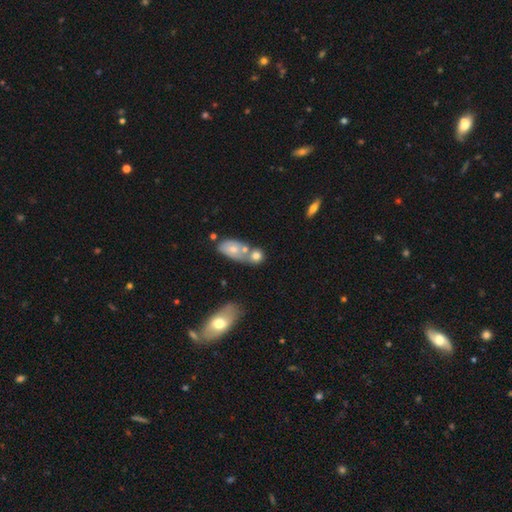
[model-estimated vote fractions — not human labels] smooth_or_featured: smooth (p=0.69) [alt: featured or disk p=0.20]
how_rounded: round (p=0.57) [alt: in between p=0.40]
merging: merger (p=0.55) [alt: none p=0.31]